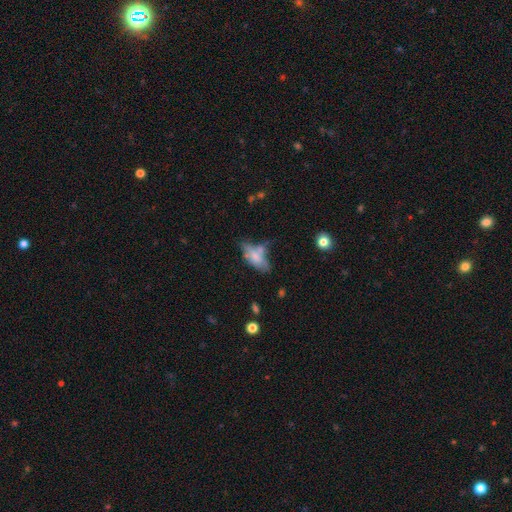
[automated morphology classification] Overall: smooth (57%; featured or disk 33%). How rounded: in between (74%). Merging: none (39%; minor disturbance 24%).